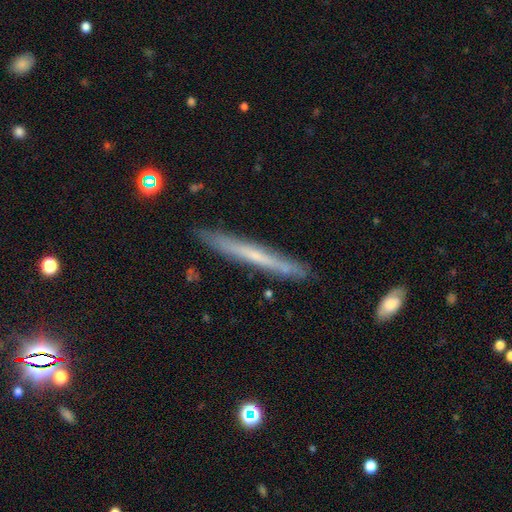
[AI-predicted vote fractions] Smooth or featured: featured or disk — 53% (smooth — 40%)
Edge-on disk: yes — 93% (no — 7%)
Merging: none — 87% (minor disturbance — 10%)